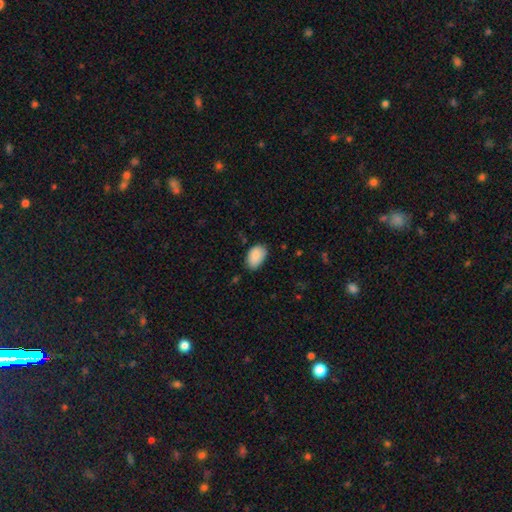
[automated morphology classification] smooth_or_featured: smooth (p=0.89) [alt: star or artifact p=0.07]
how_rounded: in between (p=0.91) [alt: round p=0.07]
merging: none (p=0.72) [alt: minor disturbance p=0.24]